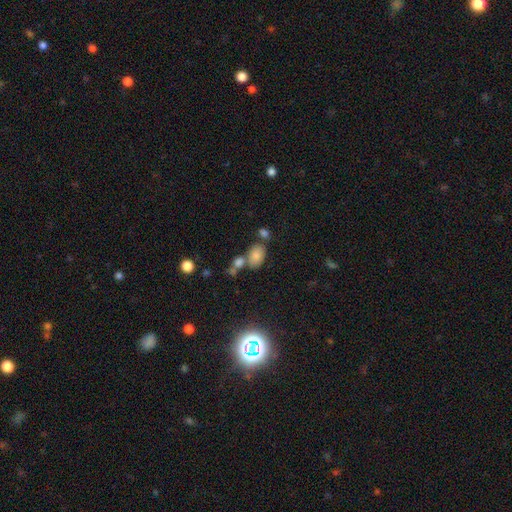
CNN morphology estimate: smooth-or-featured: smooth: 81% | star or artifact: 10% | featured or disk: 8%
  how-rounded: in between: 84% | round: 14% | cigar-shaped: 1%
  merging: none: 53% | merger: 27% | minor disturbance: 14% | major disturbance: 6%